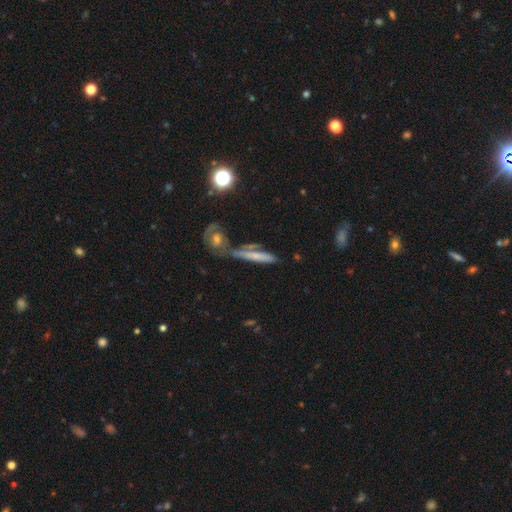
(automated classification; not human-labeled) This is possibly a smooth galaxy (51%). How rounded: clearly cigar-shaped (82%). Merging: possibly none (50%).